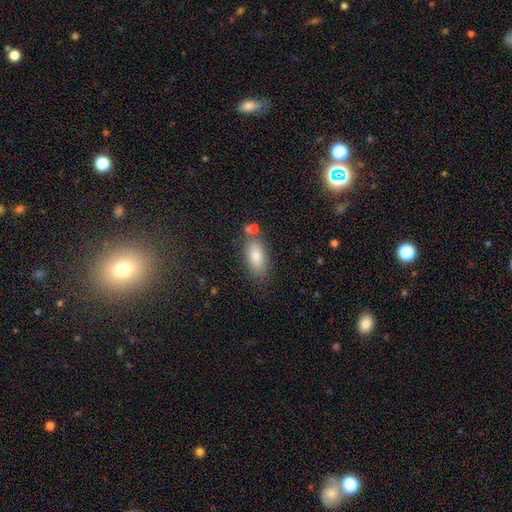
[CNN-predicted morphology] Smooth or featured? smooth (79%)
How rounded? in between (85%)
Merging? none (70%)